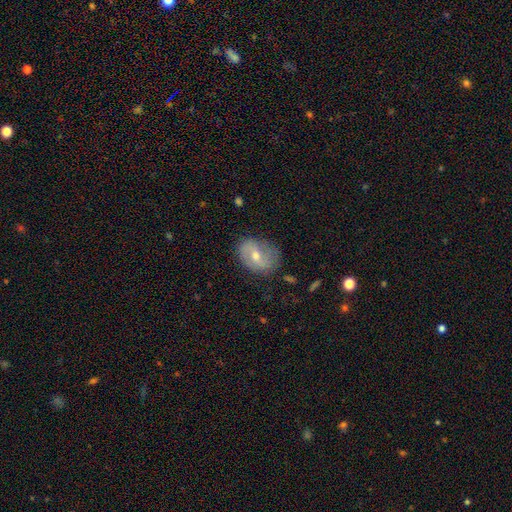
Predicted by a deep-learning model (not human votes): Q: Smooth or featured?
A: featured or disk (63%); runner-up: smooth (29%)
Q: Edge-on disk?
A: no (96%); runner-up: yes (4%)
Q: Bar?
A: weak (48%); runner-up: no (29%)
Q: Spiral arms?
A: yes (80%); runner-up: no (20%)
Q: Bulge size?
A: moderate (59%); runner-up: small (37%)
Q: Merging?
A: none (76%); runner-up: minor disturbance (17%)